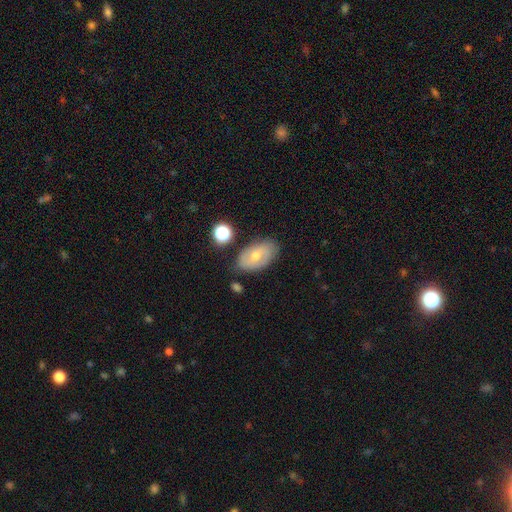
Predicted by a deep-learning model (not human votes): Overall: smooth (46%; featured or disk 45%). Merging: none (73%).